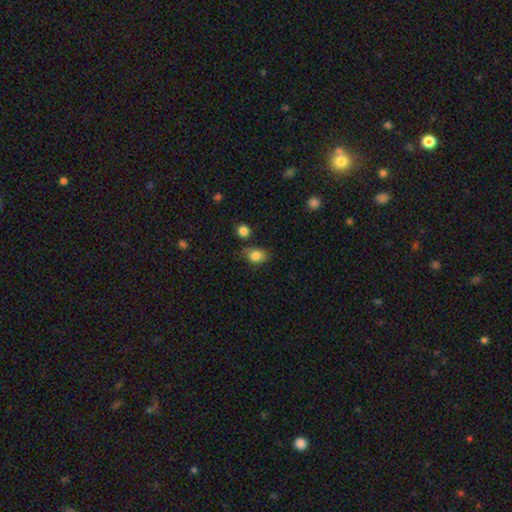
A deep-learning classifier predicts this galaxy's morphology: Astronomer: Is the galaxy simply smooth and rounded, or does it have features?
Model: smooth — 83%.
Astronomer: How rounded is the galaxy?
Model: in between — 69%.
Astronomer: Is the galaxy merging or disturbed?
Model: none — 65%.